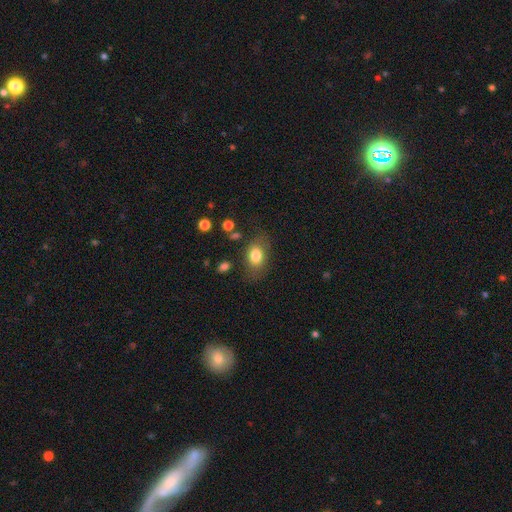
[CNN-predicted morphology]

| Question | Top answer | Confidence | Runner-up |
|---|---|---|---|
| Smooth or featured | smooth | 80% | featured or disk (12%) |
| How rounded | in between | 77% | round (21%) |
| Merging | none | 72% | minor disturbance (18%) |